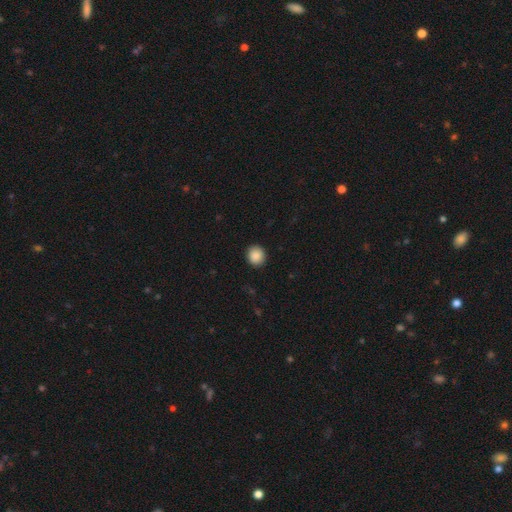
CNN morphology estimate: This is clearly a smooth galaxy (89%). How rounded: clearly round (85%). Merging: clearly none (91%).